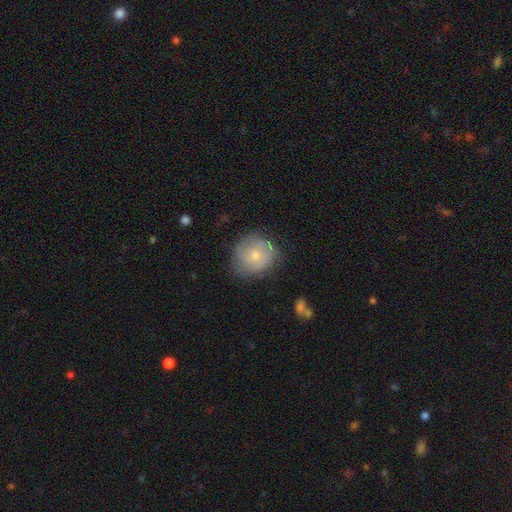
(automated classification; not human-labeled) Smooth or featured? Predicted: smooth (p=0.57). How rounded? Predicted: round (p=0.84). Merging? Predicted: none (p=0.69).